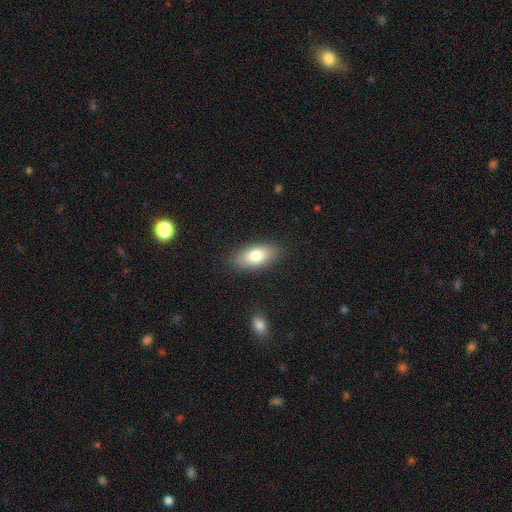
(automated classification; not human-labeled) This is likely a smooth galaxy (79%). How rounded: clearly in between (89%). Merging: clearly none (86%).